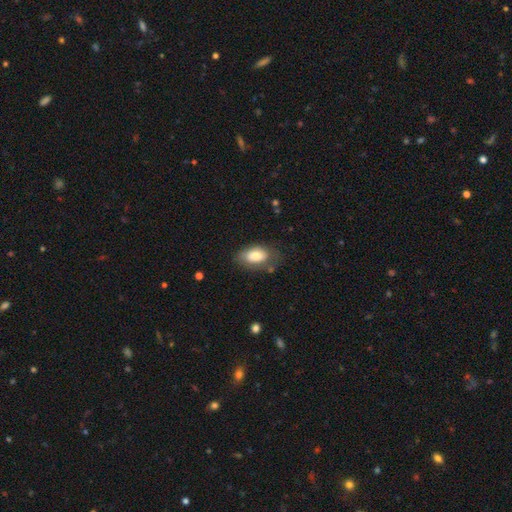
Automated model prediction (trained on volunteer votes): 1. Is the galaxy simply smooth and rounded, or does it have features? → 76% smooth, 17% featured or disk, 7% star or artifact.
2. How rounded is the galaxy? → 92% in between, 6% round, 2% cigar-shaped.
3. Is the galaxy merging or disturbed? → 62% none, 26% minor disturbance, 10% major disturbance, 3% merger.